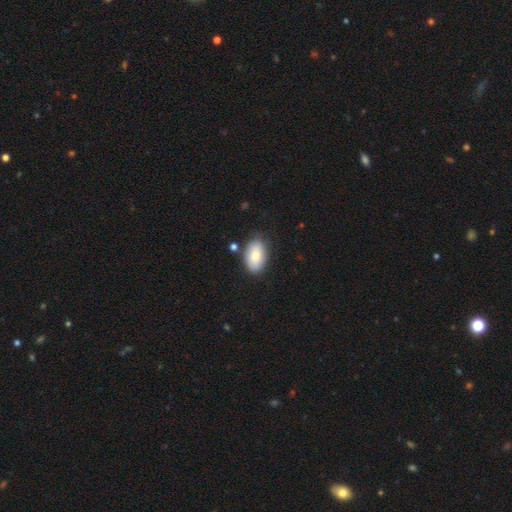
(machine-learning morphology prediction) type=smooth (79%); roundness=in between (93%); merging=none (78%).